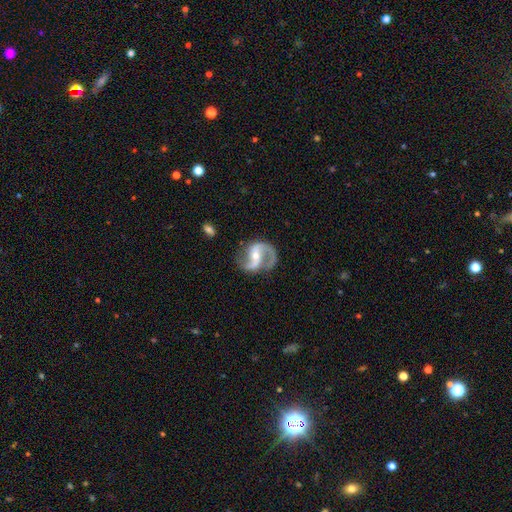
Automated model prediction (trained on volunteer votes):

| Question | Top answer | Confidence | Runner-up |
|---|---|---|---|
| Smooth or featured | featured or disk | 92% | star or artifact (4%) |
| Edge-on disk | no | 98% | yes (2%) |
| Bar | strong | 38% | weak (36%) |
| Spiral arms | yes | 98% | no (2%) |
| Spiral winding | medium | 51% | loose (38%) |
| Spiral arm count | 2 | 91% | 1 (4%) |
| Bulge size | small | 50% | moderate (46%) |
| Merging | none | 75% | minor disturbance (15%) |